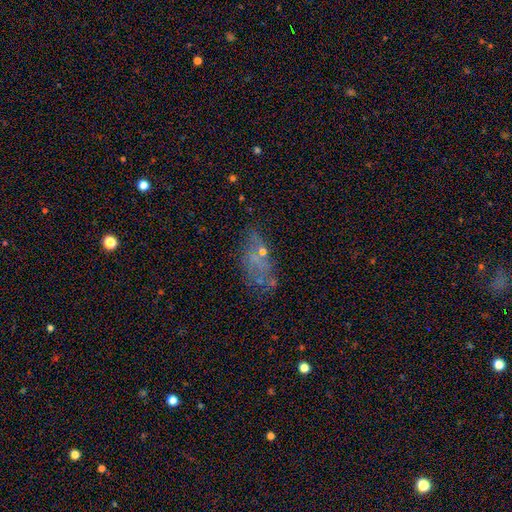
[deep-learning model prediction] Q: Smooth or featured?
A: smooth (33%); tied with: star or artifact (33%); featured or disk (33%)
Q: Merging?
A: none (53%); runner-up: minor disturbance (20%)